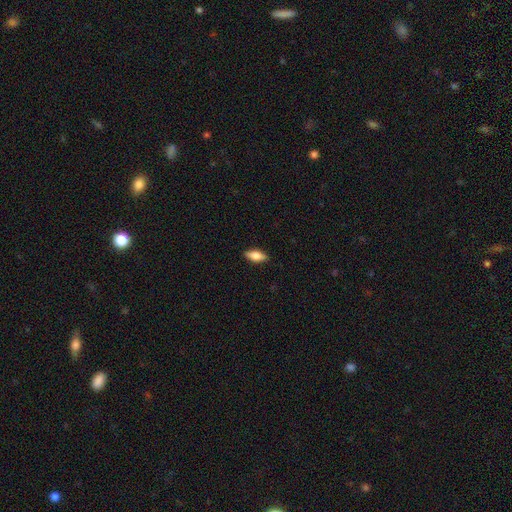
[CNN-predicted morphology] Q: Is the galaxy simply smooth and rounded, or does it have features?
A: smooth — 72%.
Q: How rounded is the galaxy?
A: in between — 79%.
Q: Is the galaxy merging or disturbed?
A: none — 88%.